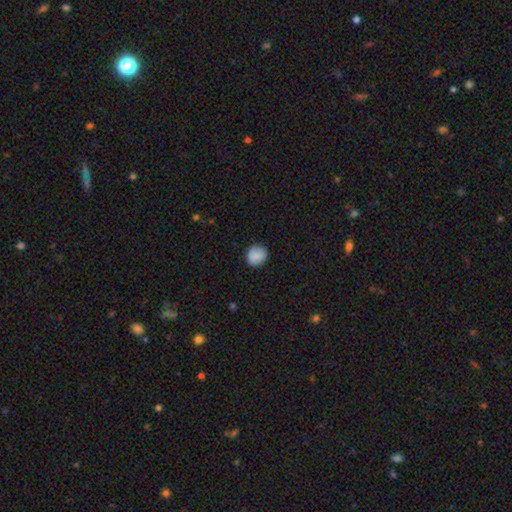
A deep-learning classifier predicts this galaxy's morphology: Q: Smooth or featured?
A: smooth (85%); runner-up: star or artifact (8%)
Q: How rounded?
A: round (84%); runner-up: in between (15%)
Q: Merging?
A: none (87%); runner-up: minor disturbance (10%)